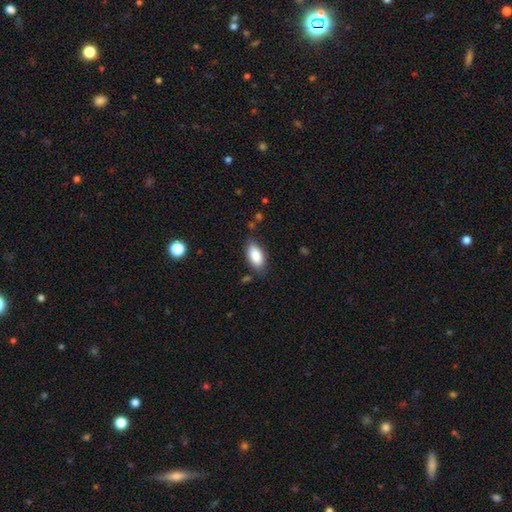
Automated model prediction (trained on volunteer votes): Smooth or featured: smooth — 87% (star or artifact — 6%)
How rounded: in between — 93% (cigar-shaped — 4%)
Merging: none — 80% (minor disturbance — 15%)